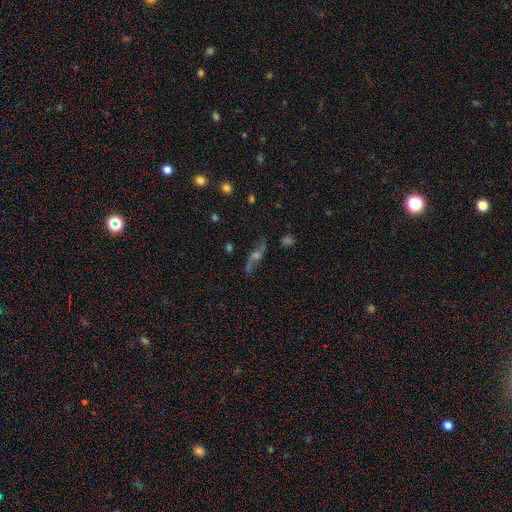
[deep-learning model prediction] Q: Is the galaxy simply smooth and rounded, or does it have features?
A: featured or disk — 75%.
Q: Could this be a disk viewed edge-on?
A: no — 72%.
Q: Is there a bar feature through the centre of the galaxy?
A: no — 62%.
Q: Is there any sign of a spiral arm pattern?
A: yes — 91%.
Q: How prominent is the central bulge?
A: moderate — 49%.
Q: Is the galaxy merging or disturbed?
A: none — 74%.